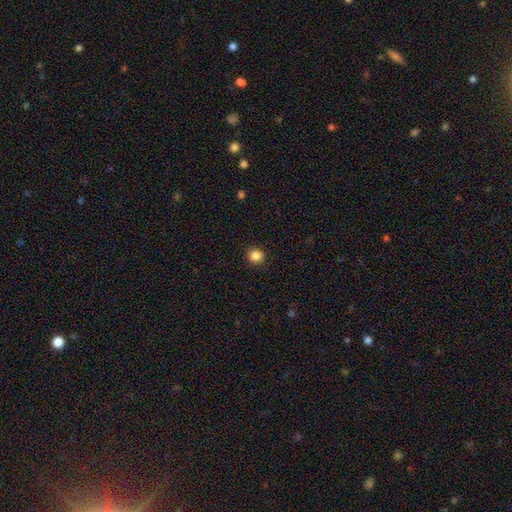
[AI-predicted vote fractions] Smooth or featured? Predicted: smooth (p=0.86). How rounded? Predicted: round (p=0.86). Merging? Predicted: none (p=0.91).